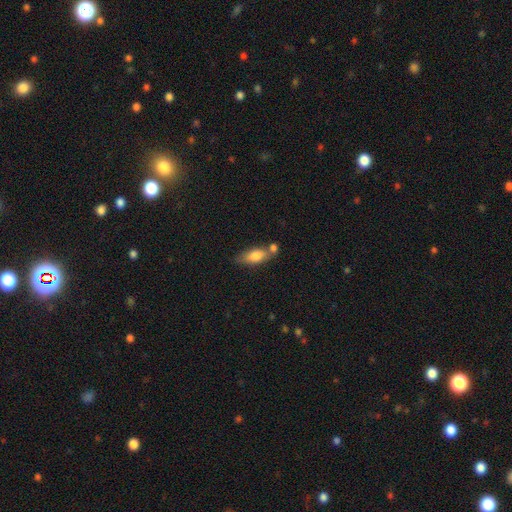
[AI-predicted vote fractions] Smooth or featured? Predicted: smooth (p=0.76). How rounded? Predicted: in between (p=0.76). Merging? Predicted: none (p=0.49).